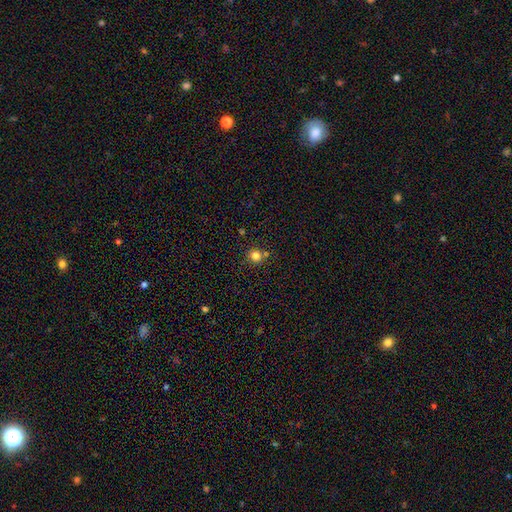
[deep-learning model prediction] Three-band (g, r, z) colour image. It shows a smooth galaxy with no disk features (81%) that is round (91%). Merging: none (75%).